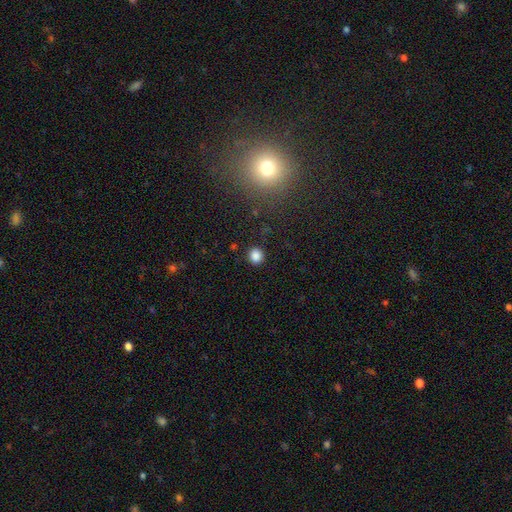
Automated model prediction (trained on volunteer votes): Q: Smooth or featured?
A: smooth (85%); runner-up: star or artifact (12%)
Q: How rounded?
A: round (87%); runner-up: in between (12%)
Q: Merging?
A: none (90%); runner-up: minor disturbance (7%)